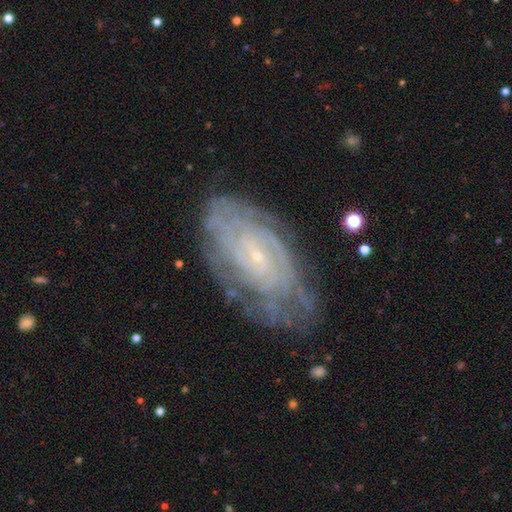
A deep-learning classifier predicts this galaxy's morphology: Smooth or featured?
  - featured or disk: 82% *
  - smooth: 10%
  - star or artifact: 7%
Edge-on disk?
  - no: 95% *
  - yes: 5%
Bar?
  - no: 64% *
  - weak: 28%
  - strong: 8%
Spiral arms?
  - yes: 93% *
  - no: 7%
Spiral winding?
  - tight: 76% *
  - medium: 19%
  - loose: 5%
Spiral arm count?
  - can't tell: 45% *
  - 4: 14%
  - 2: 14%
  - 3: 11%
  - more than 4: 9%
  - 1: 6%
Bulge size?
  - small: 87% *
  - moderate: 8%
  - none: 3%
  - large: 1%
  - dominant: 1%
Merging?
  - none: 70% *
  - minor disturbance: 21%
  - major disturbance: 8%
  - merger: 2%